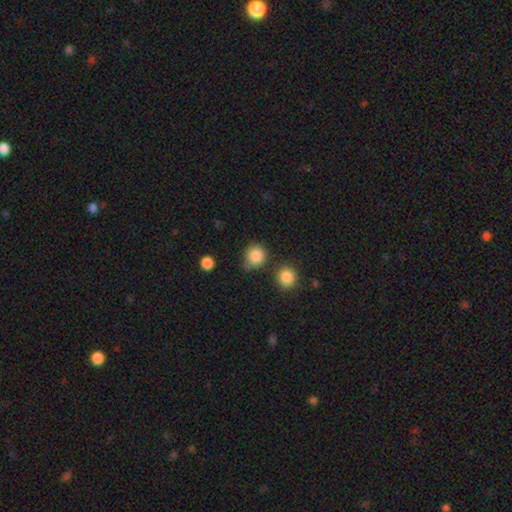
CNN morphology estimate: type=smooth (86%); roundness=round (87%); merging=none (67%).